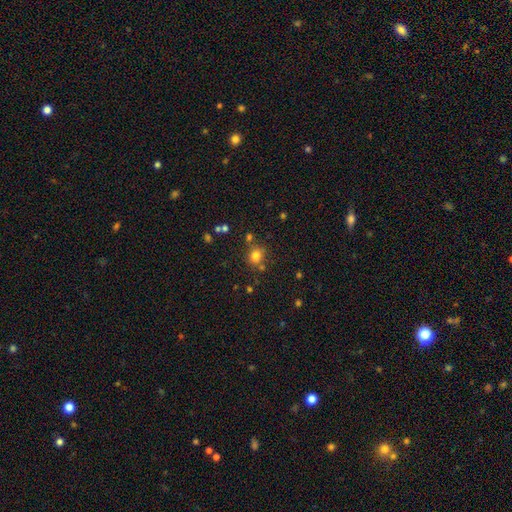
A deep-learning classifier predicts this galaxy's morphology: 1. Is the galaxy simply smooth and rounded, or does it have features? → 76% smooth, 16% star or artifact, 8% featured or disk.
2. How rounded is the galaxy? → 76% round, 23% in between, 1% cigar-shaped.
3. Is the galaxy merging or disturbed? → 71% none, 13% minor disturbance, 12% merger, 4% major disturbance.